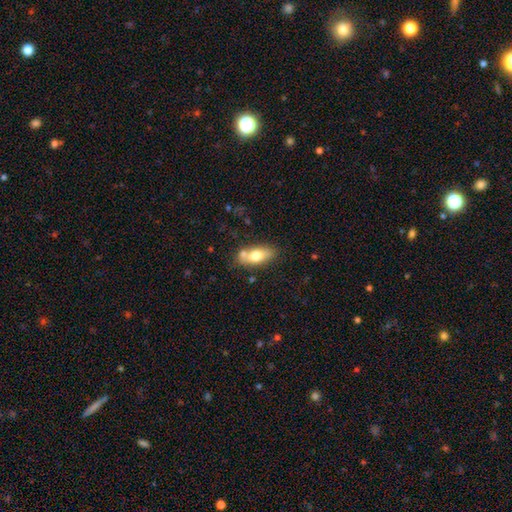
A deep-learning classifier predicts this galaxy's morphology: This is likely a smooth galaxy (71%). How rounded: clearly in between (81%). Merging: likely none (61%).